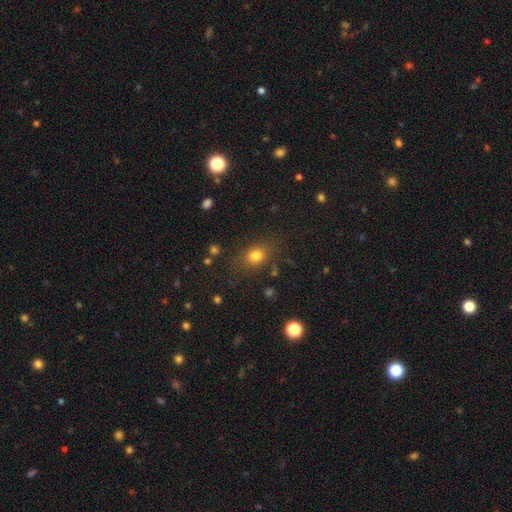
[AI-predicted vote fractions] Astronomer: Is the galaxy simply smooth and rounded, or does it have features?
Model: smooth — 78%.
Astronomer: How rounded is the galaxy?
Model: round — 51% (runner-up: in between, 48%).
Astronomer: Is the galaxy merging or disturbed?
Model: none — 78%.